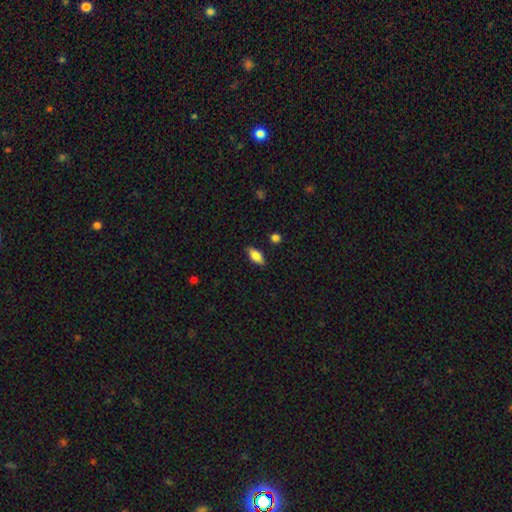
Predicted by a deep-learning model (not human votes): Q: Smooth or featured?
A: smooth (84%); runner-up: featured or disk (9%)
Q: How rounded?
A: in between (87%); runner-up: cigar-shaped (11%)
Q: Merging?
A: none (85%); runner-up: minor disturbance (11%)